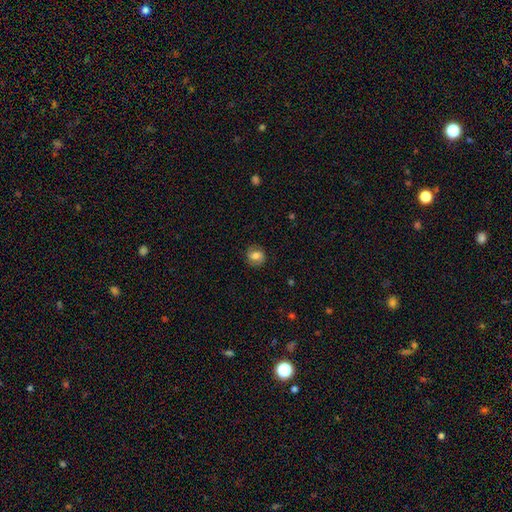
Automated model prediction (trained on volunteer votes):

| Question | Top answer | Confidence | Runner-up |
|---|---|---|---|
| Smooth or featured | smooth | 53% | featured or disk (37%) |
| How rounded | round | 76% | in between (23%) |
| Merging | none | 82% | minor disturbance (12%) |